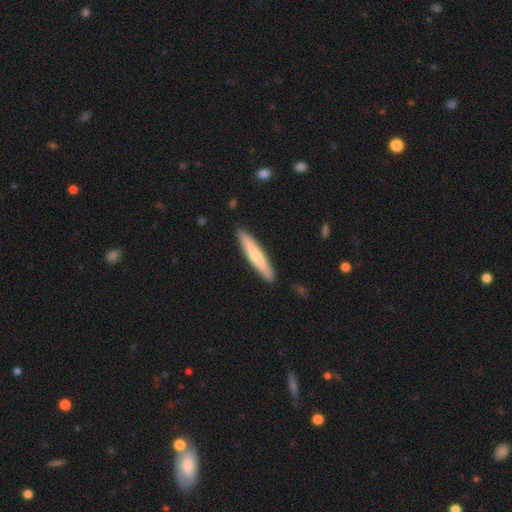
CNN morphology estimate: A smooth galaxy with no disk features (63%) that is cigar-shaped (91%).

Vote fractions:
- Smooth or featured? smooth: 63% / featured or disk: 33% / star or artifact: 5%
- How rounded? cigar-shaped: 91% / in between: 8% / round: 1%
- Merging? none: 91% / minor disturbance: 7% / major disturbance: 1% / merger: 1%